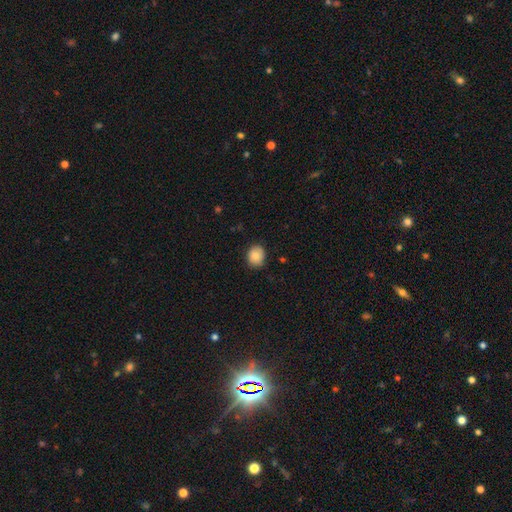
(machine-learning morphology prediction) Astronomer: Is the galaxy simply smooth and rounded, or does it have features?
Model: smooth — 85%.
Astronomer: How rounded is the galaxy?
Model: round — 65%.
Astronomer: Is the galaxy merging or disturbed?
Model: none — 81%.